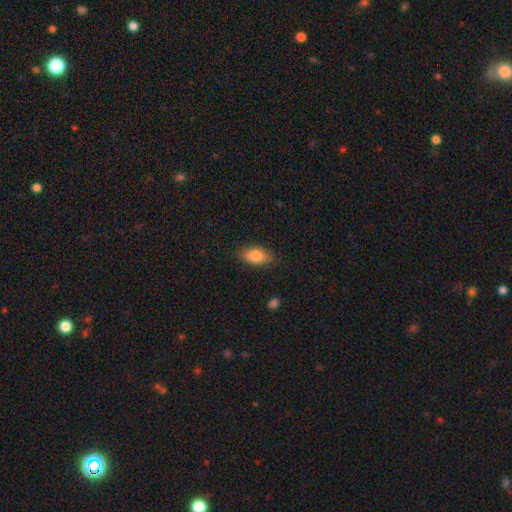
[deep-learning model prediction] A smooth galaxy with no disk features (83%) that is in between round and cigar-shaped (89%). Merging: none (84%).